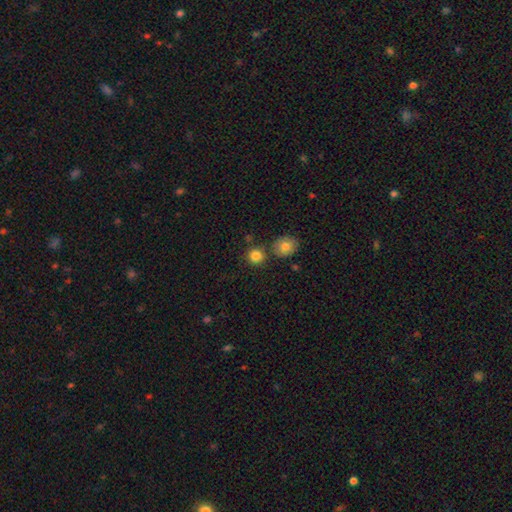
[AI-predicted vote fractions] A smooth galaxy with no disk features (83%) that is round (90%).

Vote fractions:
- Smooth or featured? smooth: 83% / star or artifact: 11% / featured or disk: 6%
- How rounded? round: 90% / in between: 9% / cigar-shaped: 1%
- Merging? none: 73% / merger: 15% / minor disturbance: 9% / major disturbance: 3%